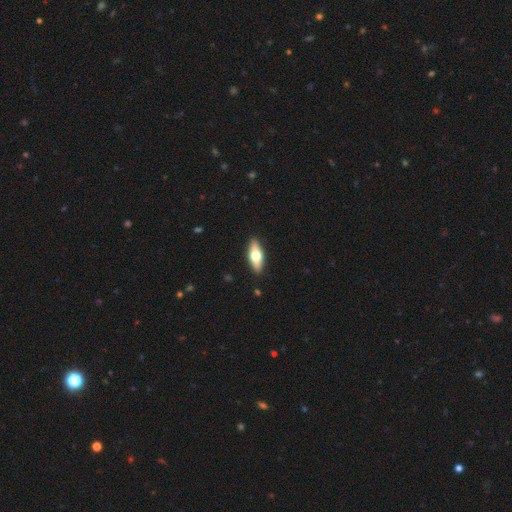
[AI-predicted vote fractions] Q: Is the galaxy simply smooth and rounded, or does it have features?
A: smooth — 50%.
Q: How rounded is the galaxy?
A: in between — 65%.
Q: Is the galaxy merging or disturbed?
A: none — 90%.